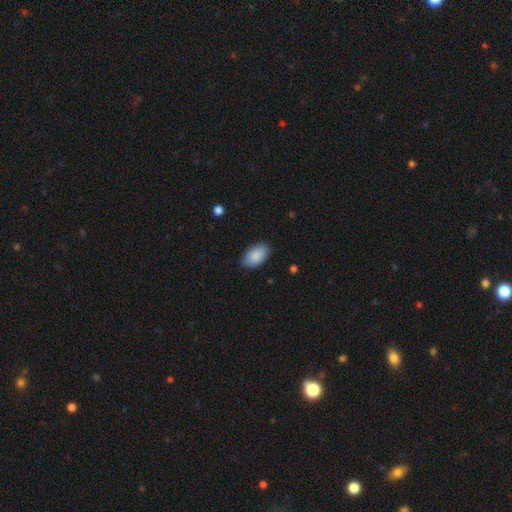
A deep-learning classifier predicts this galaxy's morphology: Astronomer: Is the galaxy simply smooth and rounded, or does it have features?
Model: smooth — 88%.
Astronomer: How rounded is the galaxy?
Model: in between — 94%.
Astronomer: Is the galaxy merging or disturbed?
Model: none — 87%.